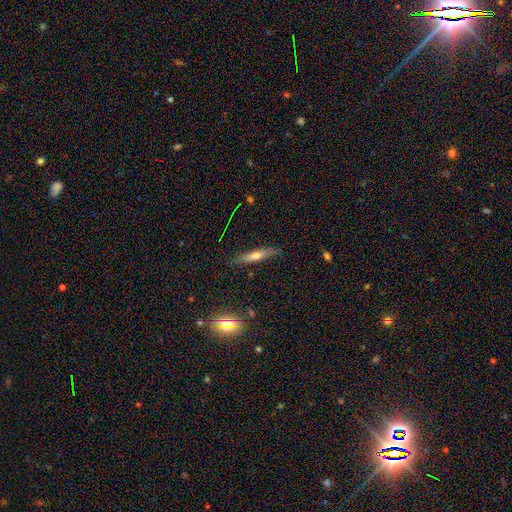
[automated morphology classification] Smooth or featured? featured or disk (46%)
Merging? none (85%)